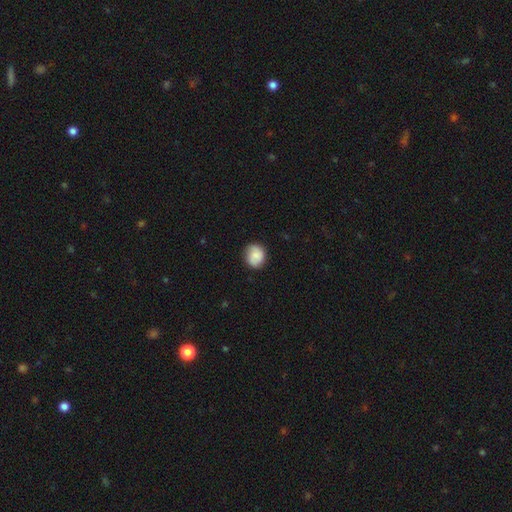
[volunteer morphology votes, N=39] Smooth or featured? smooth (90%)
How rounded? round (80%)
Merging? none (71%)